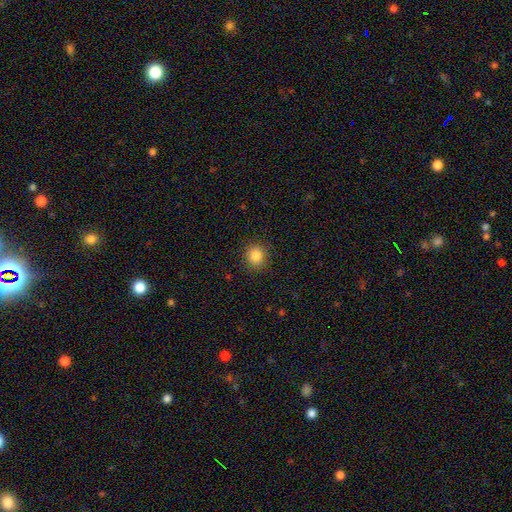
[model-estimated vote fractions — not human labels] A smooth galaxy with no disk features (84%) that is round (87%).

Vote fractions:
- Smooth or featured? smooth: 84% / star or artifact: 11% / featured or disk: 5%
- How rounded? round: 87% / in between: 12% / cigar-shaped: 1%
- Merging? none: 89% / minor disturbance: 7% / major disturbance: 2% / merger: 1%